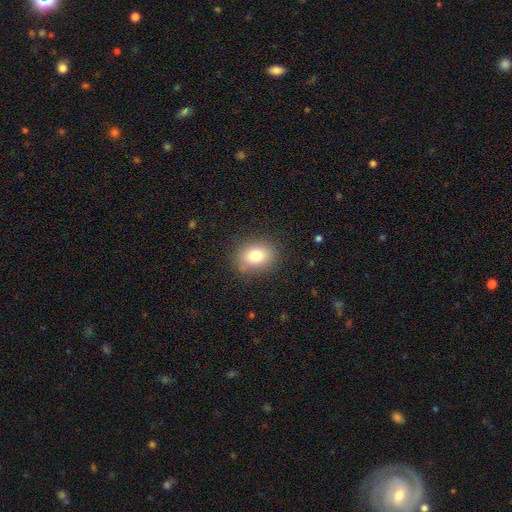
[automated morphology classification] This is likely a smooth galaxy (80%). How rounded: possibly in between (58%). Merging: clearly none (82%).